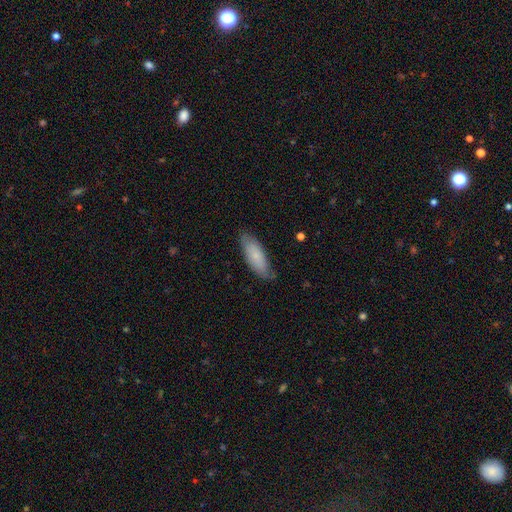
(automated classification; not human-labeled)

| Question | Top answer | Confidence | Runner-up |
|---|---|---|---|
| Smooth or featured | smooth | 75% | featured or disk (19%) |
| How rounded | in between | 65% | cigar-shaped (33%) |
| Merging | none | 74% | minor disturbance (21%) |